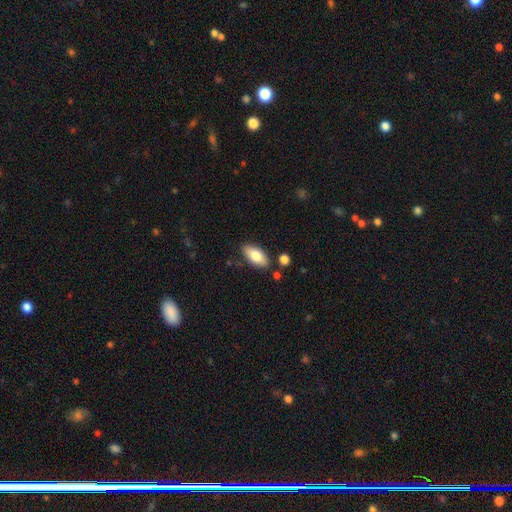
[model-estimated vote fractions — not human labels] A smooth galaxy with no disk features (78%) that is in between round and cigar-shaped (89%). Merging: none (83%).